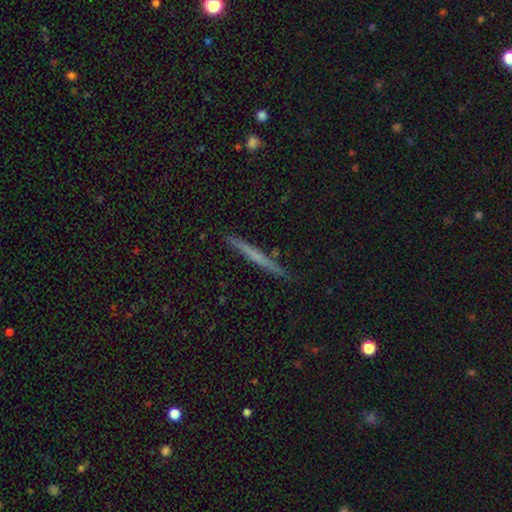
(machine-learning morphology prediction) type=featured or disk (50%); edge-on=yes (97%); merging=none (90%).